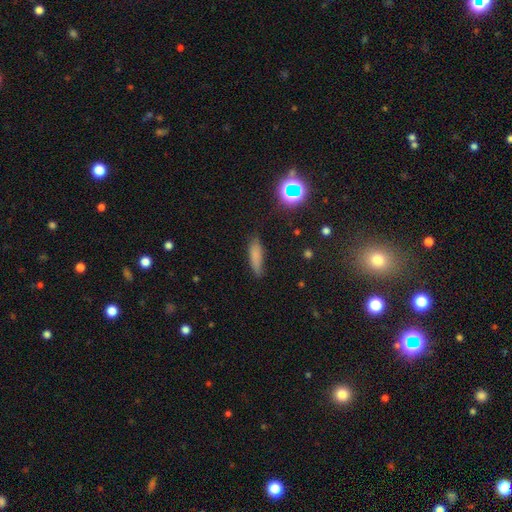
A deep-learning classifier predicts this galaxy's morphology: Smooth or featured? Predicted: smooth (p=0.75). How rounded? Predicted: cigar-shaped (p=0.61). Merging? Predicted: none (p=0.77).